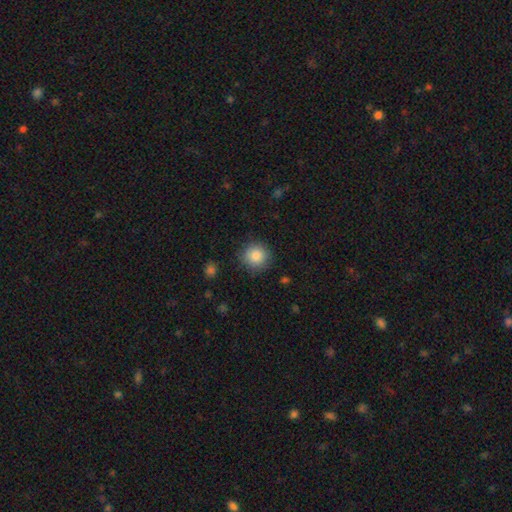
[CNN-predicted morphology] A smooth galaxy with no disk features (87%) that is round (94%).

Vote fractions:
- Smooth or featured? smooth: 87% / star or artifact: 9% / featured or disk: 4%
- How rounded? round: 94% / in between: 5% / cigar-shaped: 1%
- Merging? none: 86% / minor disturbance: 10% / major disturbance: 3% / merger: 1%